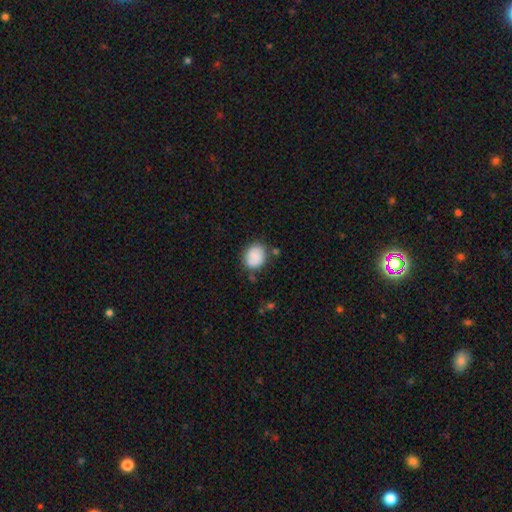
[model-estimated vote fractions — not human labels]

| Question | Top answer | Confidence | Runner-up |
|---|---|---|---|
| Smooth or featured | smooth | 82% | featured or disk (11%) |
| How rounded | round | 57% | in between (42%) |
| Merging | none | 69% | minor disturbance (19%) |